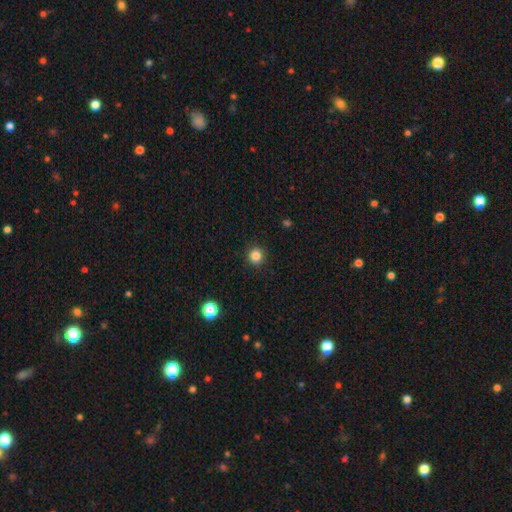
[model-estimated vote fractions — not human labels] A smooth galaxy with no disk features (84%) that is round (93%). Merging: none (91%).